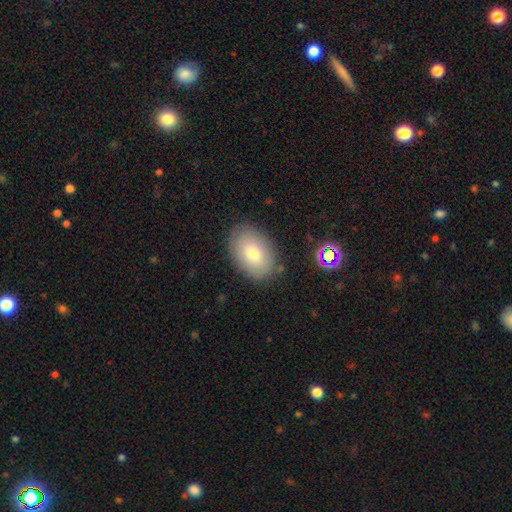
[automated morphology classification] type=smooth (75%); roundness=in between (84%); merging=none (83%).